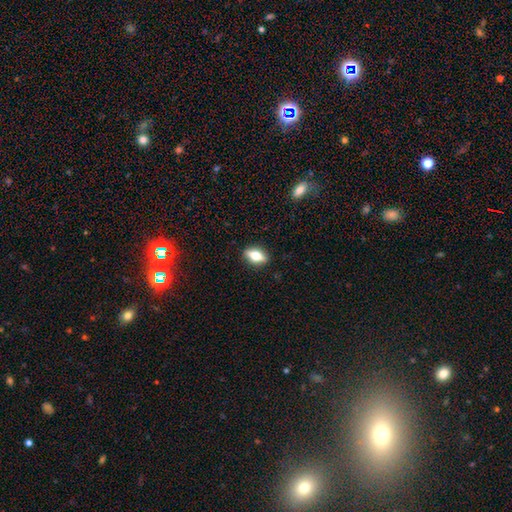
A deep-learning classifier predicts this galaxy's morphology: type=smooth (54%); roundness=in between (75%); merging=none (88%).